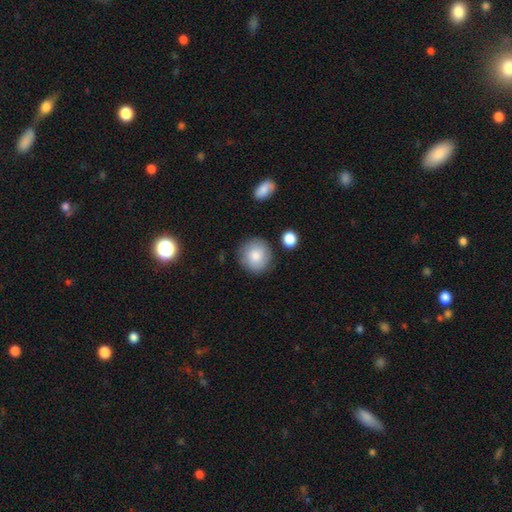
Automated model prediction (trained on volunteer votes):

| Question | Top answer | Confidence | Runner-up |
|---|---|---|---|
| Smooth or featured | smooth | 80% | featured or disk (12%) |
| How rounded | round | 91% | in between (8%) |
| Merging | none | 83% | minor disturbance (11%) |